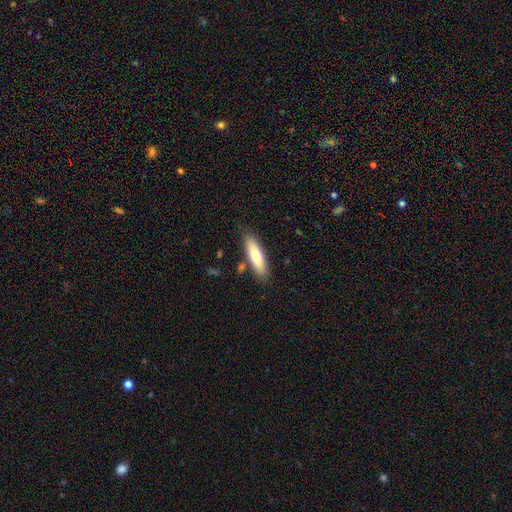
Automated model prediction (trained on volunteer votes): The model was most divided on "how rounded": cigar-shaped: 62%, in between: 37%, round: 1%. More confident: merging — none (84%); smooth or featured — smooth (74%).